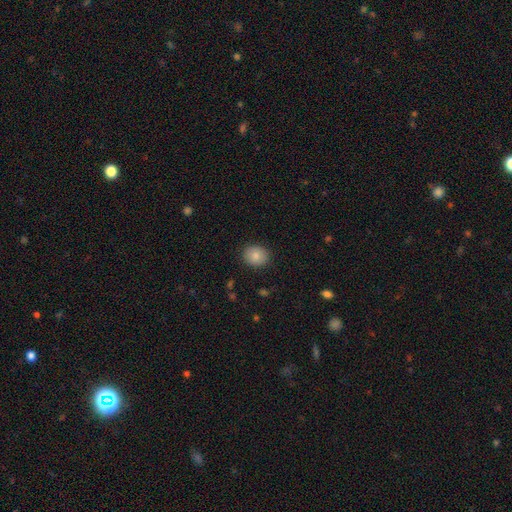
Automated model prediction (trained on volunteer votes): Overall: smooth (85%). How rounded: round (67%; in between 32%). Merging: none (88%).